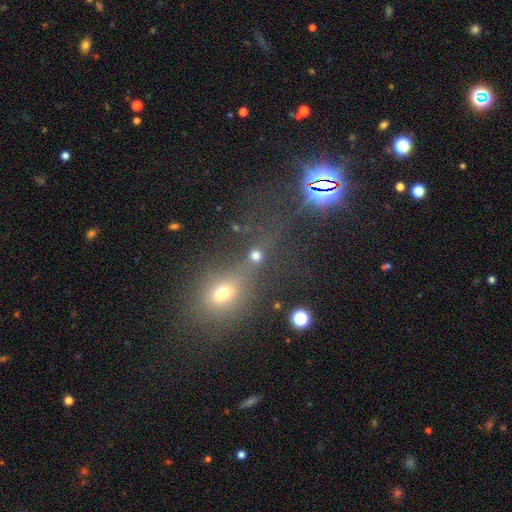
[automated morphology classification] smooth_or_featured: smooth (p=0.65) [alt: star or artifact p=0.25]
how_rounded: round (p=0.82) [alt: in between p=0.15]
merging: none (p=0.54) [alt: merger p=0.31]